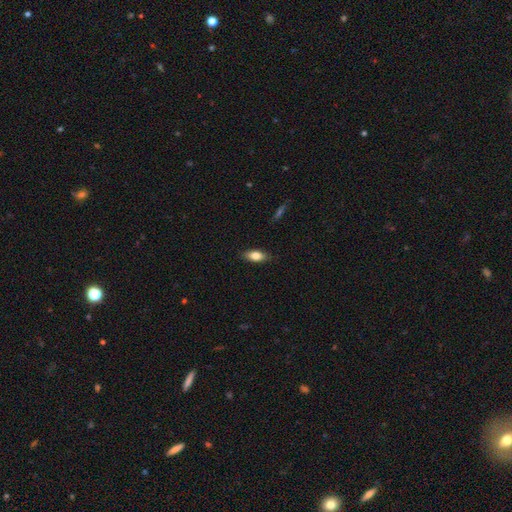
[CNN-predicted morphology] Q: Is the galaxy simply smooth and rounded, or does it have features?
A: smooth — 78%.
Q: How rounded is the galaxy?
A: in between — 81%.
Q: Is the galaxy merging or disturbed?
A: none — 85%.